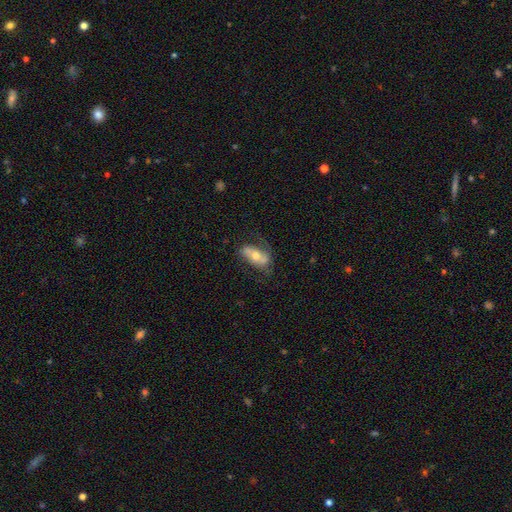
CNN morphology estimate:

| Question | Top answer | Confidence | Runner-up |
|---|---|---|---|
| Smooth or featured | smooth | 47% | featured or disk (46%) |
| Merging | none | 55% | minor disturbance (26%) |